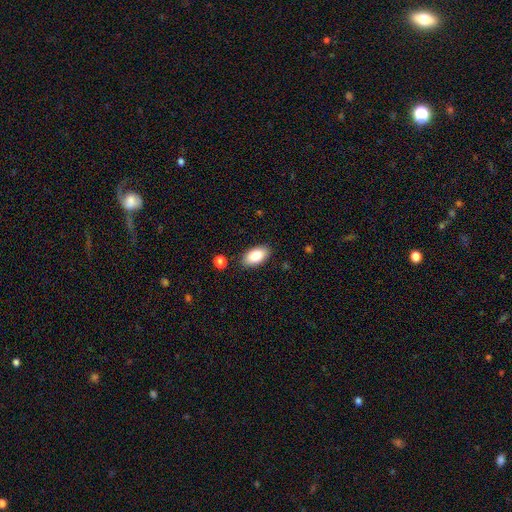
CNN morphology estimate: Smooth or featured: smooth — 85% (featured or disk — 8%)
How rounded: in between — 93% (cigar-shaped — 4%)
Merging: none — 86% (minor disturbance — 10%)